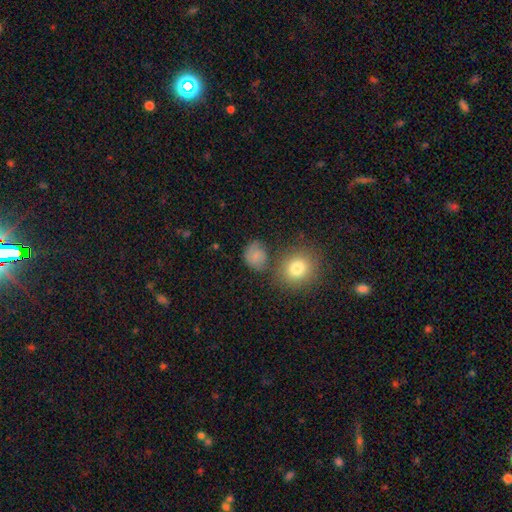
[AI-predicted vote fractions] Smooth or featured?
  - smooth: 76% *
  - star or artifact: 12%
  - featured or disk: 12%
How rounded?
  - round: 68% *
  - in between: 30%
  - cigar-shaped: 1%
Merging?
  - none: 66% *
  - minor disturbance: 19%
  - merger: 8%
  - major disturbance: 7%